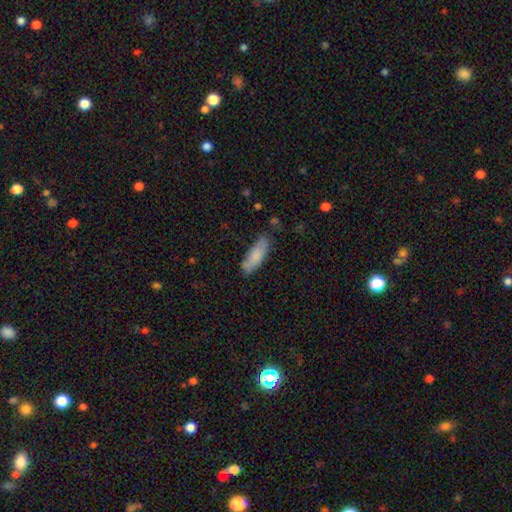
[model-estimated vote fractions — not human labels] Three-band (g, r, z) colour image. It shows a smooth galaxy with no disk features (82%) that is in between round and cigar-shaped (54%). Merging: none (75%).